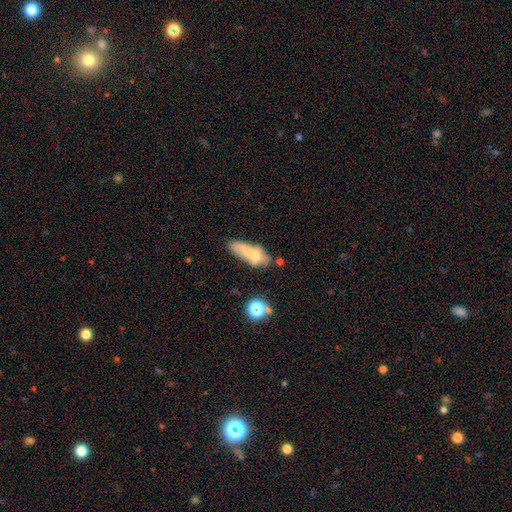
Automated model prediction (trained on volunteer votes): Morphology: type=smooth (59%); roundness=in between (70%); merging=none (35%).